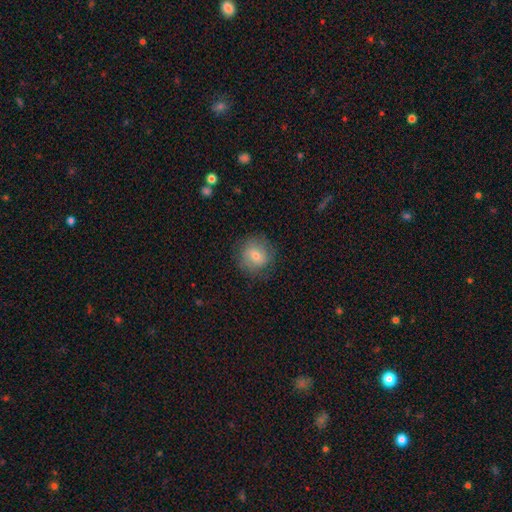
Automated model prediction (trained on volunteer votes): Overall: smooth (64%; featured or disk 26%). How rounded: round (87%). Merging: none (80%).